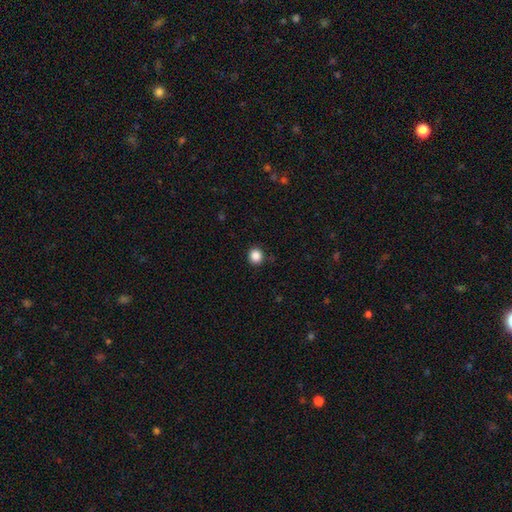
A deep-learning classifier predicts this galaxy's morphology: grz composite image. It shows a smooth galaxy with no disk features (86%) that is round (91%). Merging: none (90%).